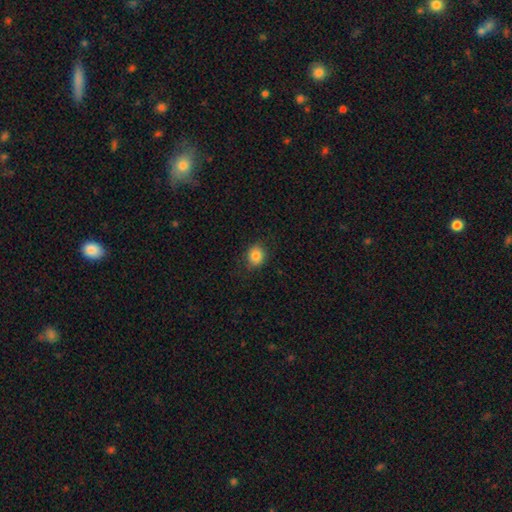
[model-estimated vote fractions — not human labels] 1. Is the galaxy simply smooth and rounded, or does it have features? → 84% smooth, 9% star or artifact, 7% featured or disk.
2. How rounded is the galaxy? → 67% round, 33% in between, 1% cigar-shaped.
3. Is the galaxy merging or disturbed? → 84% none, 12% minor disturbance, 4% major disturbance, 1% merger.